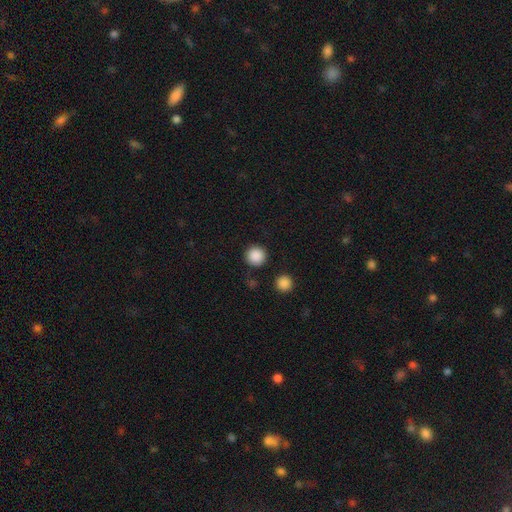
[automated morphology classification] Smooth or featured? Predicted: smooth (p=0.88). How rounded? Predicted: round (p=0.95). Merging? Predicted: none (p=0.88).